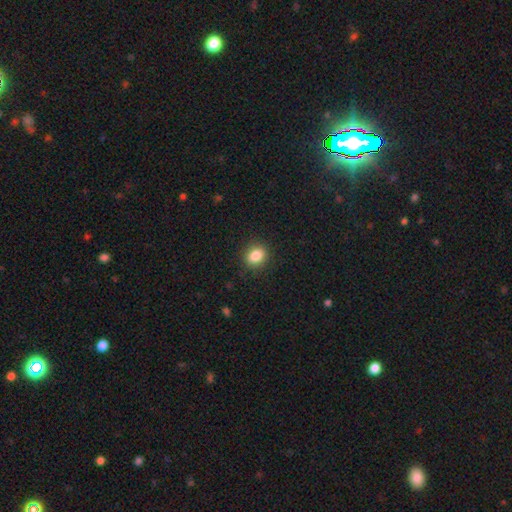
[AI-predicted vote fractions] This is clearly a smooth galaxy (85%). How rounded: possibly round (50%). Merging: clearly none (88%).